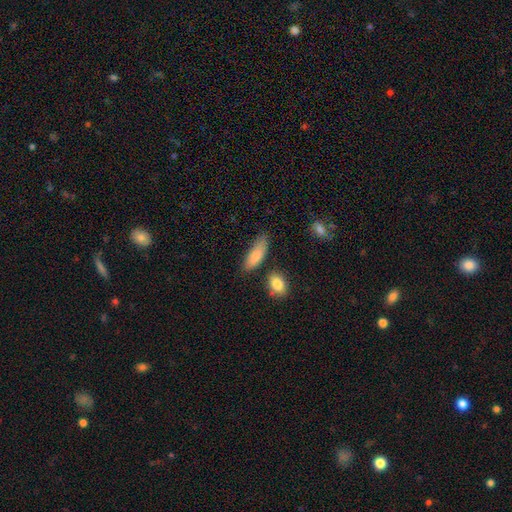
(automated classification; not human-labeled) This is clearly a smooth galaxy (82%). How rounded: likely in between (72%). Merging: likely none (63%).